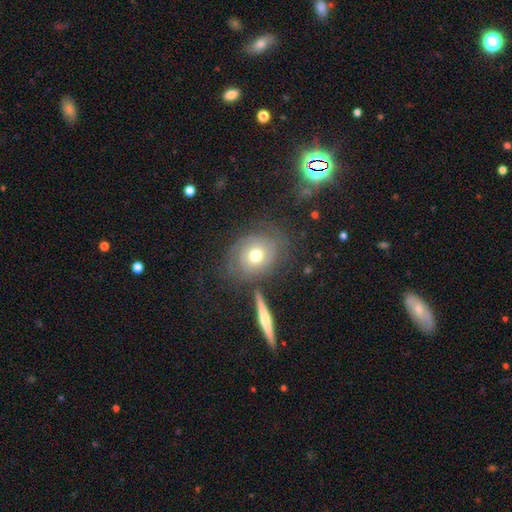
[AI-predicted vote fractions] A featured or disk galaxy (64%) with no bar (78%), spiral arms (83%) and a moderate central bulge (72%). Merging: none (68%).